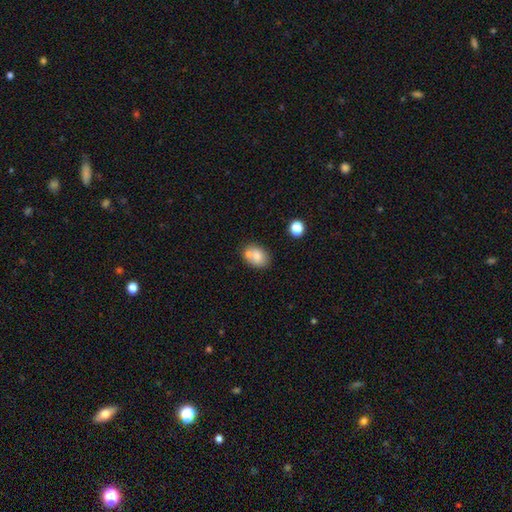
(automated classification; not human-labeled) A smooth galaxy with no disk features (76%) that is in between round and cigar-shaped (70%). Merging: none (55%).